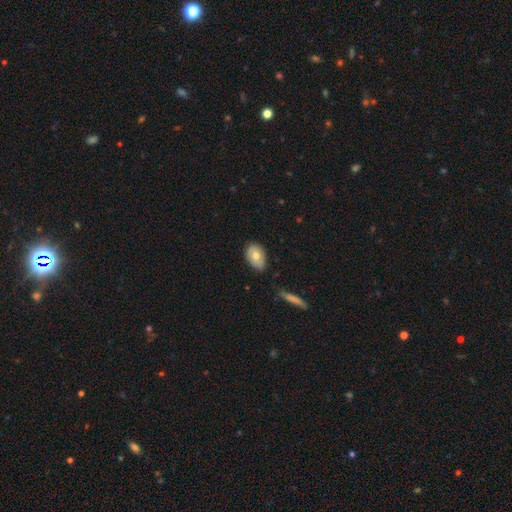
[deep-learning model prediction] smooth-or-featured: smooth: 67% | featured or disk: 26% | star or artifact: 7%
  how-rounded: in between: 83% | round: 15% | cigar-shaped: 2%
  merging: none: 76% | minor disturbance: 19% | major disturbance: 3% | merger: 2%